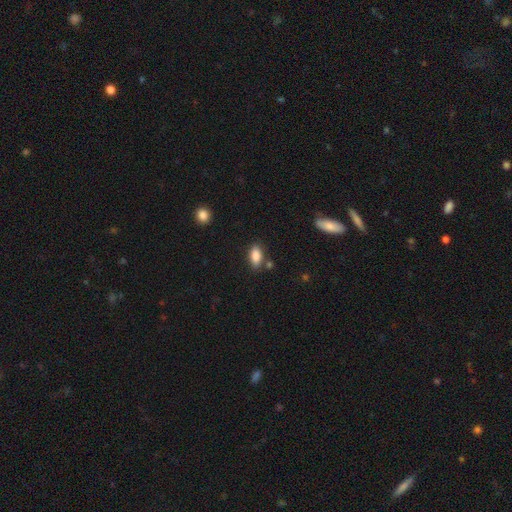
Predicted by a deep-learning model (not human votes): This is clearly a smooth galaxy (86%). How rounded: clearly in between (88%). Merging: likely none (78%).